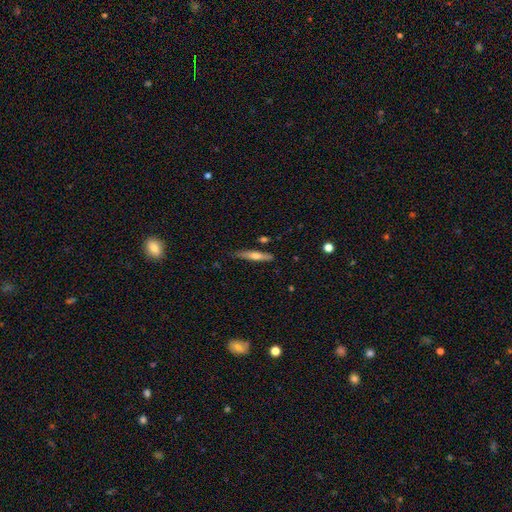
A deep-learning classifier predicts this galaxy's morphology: This appears to be a smooth galaxy with no disk features (54%) that is cigar-shaped (88%). Merging: none (80%).